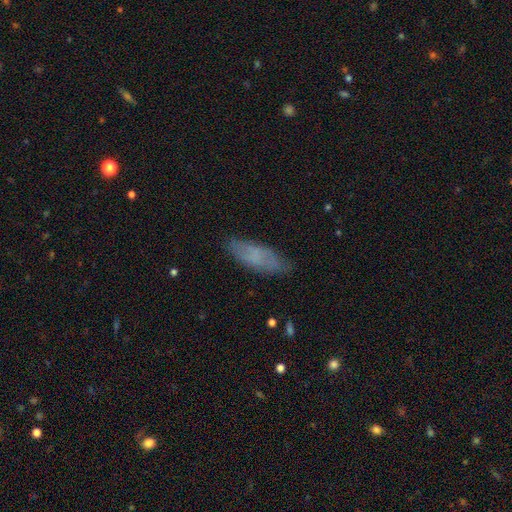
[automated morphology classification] Smooth or featured? Predicted: smooth (p=0.70). How rounded? Predicted: in between (p=0.62). Merging? Predicted: none (p=0.79).